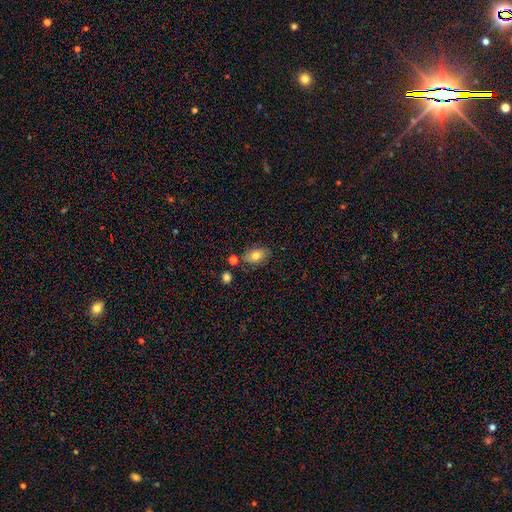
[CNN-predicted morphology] Overall: smooth (77%). How rounded: in between (85%). Merging: none (75%).